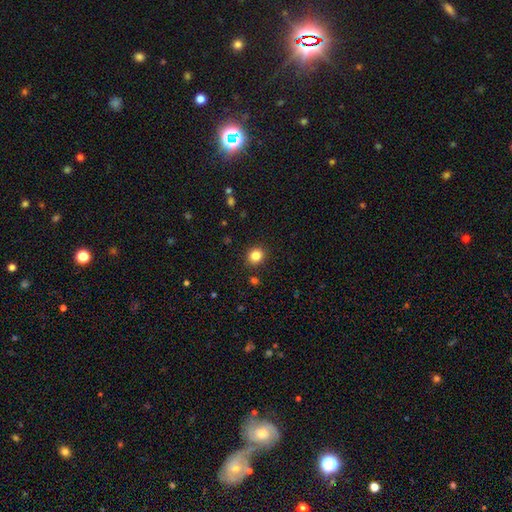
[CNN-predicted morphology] smooth-or-featured: smooth: 84% | star or artifact: 11% | featured or disk: 5%
  how-rounded: round: 75% | in between: 24% | cigar-shaped: 1%
  merging: none: 89% | minor disturbance: 7% | major disturbance: 2% | merger: 2%